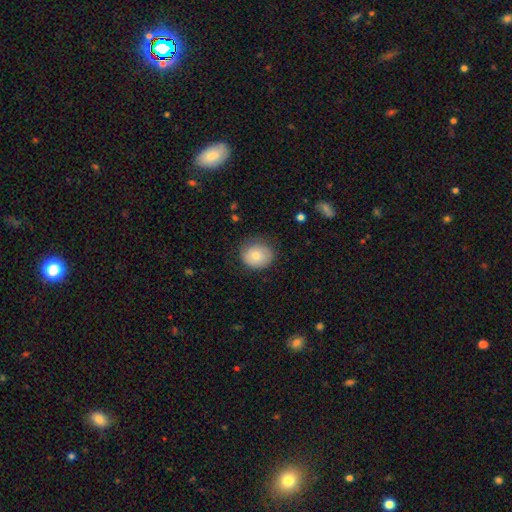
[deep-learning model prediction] Q: Smooth or featured?
A: smooth (73%); runner-up: featured or disk (20%)
Q: How rounded?
A: round (75%); runner-up: in between (24%)
Q: Merging?
A: none (73%); runner-up: minor disturbance (21%)